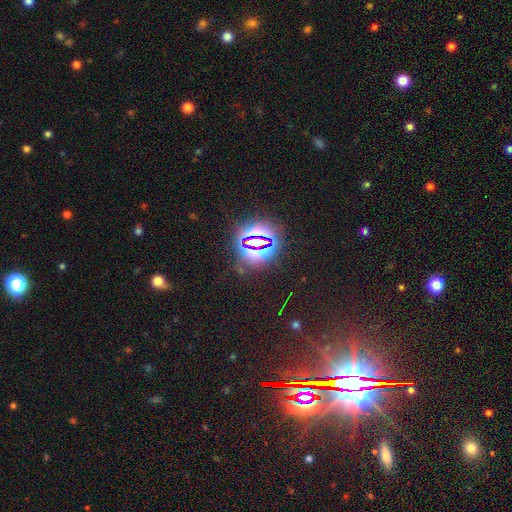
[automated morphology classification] Smooth or featured? Predicted: star or artifact (p=0.80).